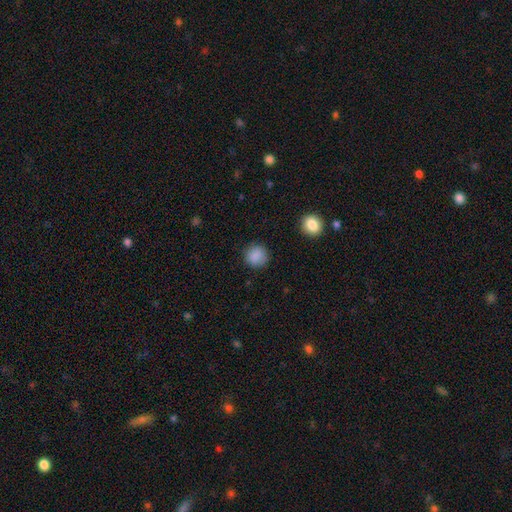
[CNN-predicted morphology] Q: Smooth or featured?
A: smooth (87%); runner-up: star or artifact (9%)
Q: How rounded?
A: round (89%); runner-up: in between (10%)
Q: Merging?
A: none (87%); runner-up: minor disturbance (9%)